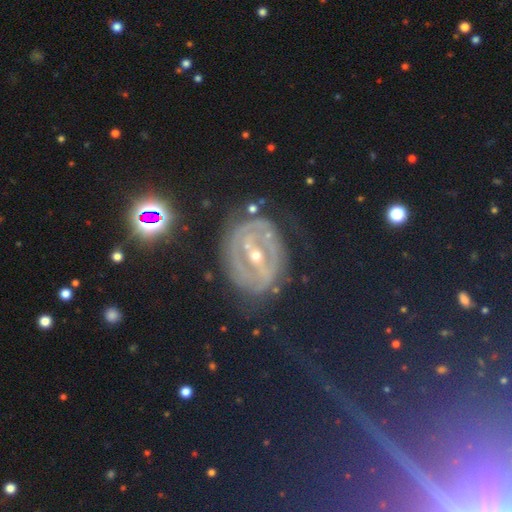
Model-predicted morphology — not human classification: This is likely a featured or disk galaxy (67%). It is clearly not viewed edge-on (91%). Bar: possibly strong (48%). Spiral arm pattern: likely yes (71%). Central bulge: possibly small (54%). Merging: likely none (73%).